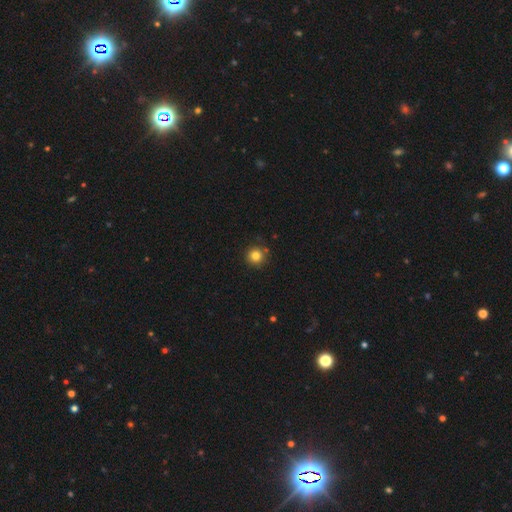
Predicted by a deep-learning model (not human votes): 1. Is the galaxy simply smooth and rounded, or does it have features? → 83% smooth, 12% star or artifact, 5% featured or disk.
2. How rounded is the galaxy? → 95% round, 4% in between, 1% cigar-shaped.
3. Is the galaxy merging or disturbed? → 87% none, 7% minor disturbance, 3% merger, 2% major disturbance.